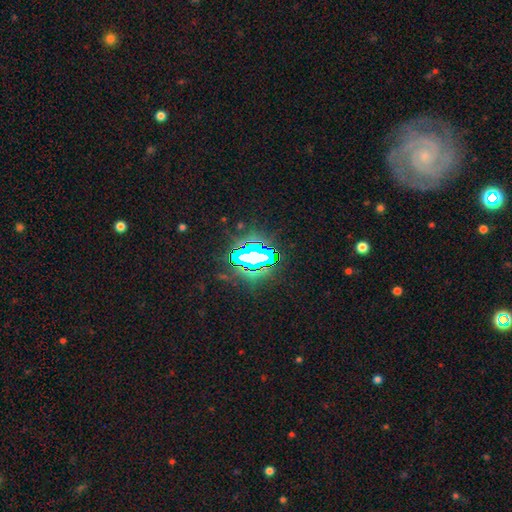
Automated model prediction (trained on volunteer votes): Q: Smooth or featured?
A: star or artifact (77%); runner-up: smooth (13%)